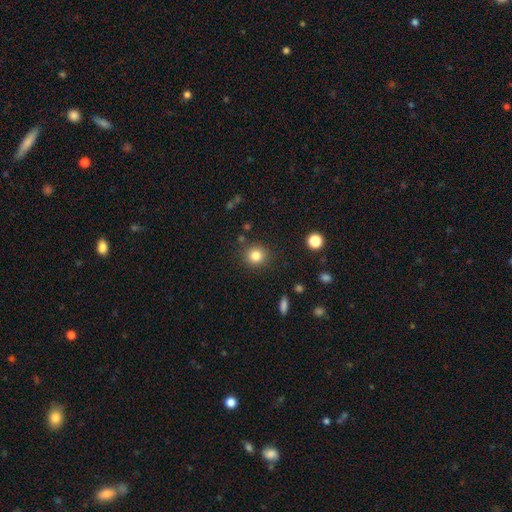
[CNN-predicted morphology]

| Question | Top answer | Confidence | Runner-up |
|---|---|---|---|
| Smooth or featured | smooth | 82% | star or artifact (11%) |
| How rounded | round | 90% | in between (9%) |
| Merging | none | 88% | minor disturbance (7%) |